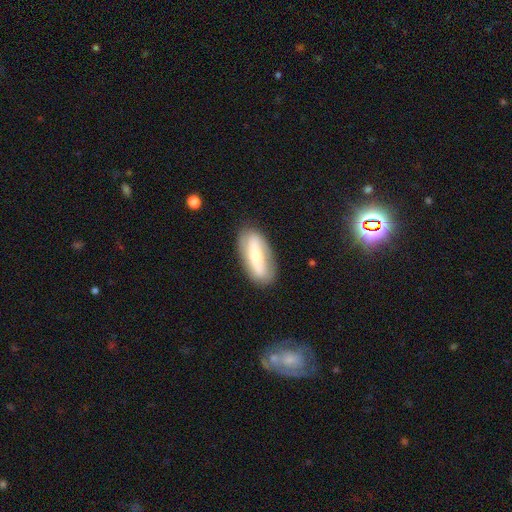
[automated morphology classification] Smooth or featured: featured or disk — 50% (smooth — 43%)
Edge-on disk: no — 71% (yes — 29%)
Merging: none — 81% (minor disturbance — 13%)